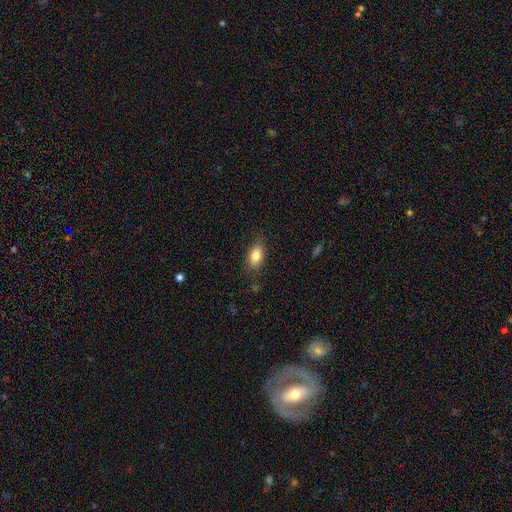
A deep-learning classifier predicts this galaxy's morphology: Q: Smooth or featured?
A: smooth (83%); runner-up: featured or disk (10%)
Q: How rounded?
A: in between (86%); runner-up: round (8%)
Q: Merging?
A: none (82%); runner-up: minor disturbance (13%)